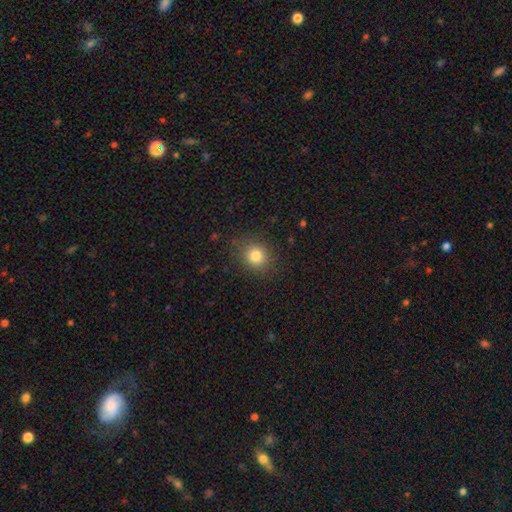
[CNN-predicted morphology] This appears to be a smooth galaxy with no disk features (81%) that is round (77%). Merging: none (86%).